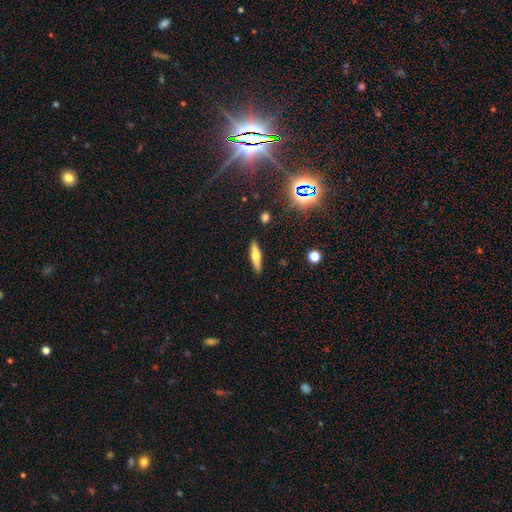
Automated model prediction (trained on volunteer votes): Smooth or featured? Predicted: smooth (p=0.56). How rounded? Predicted: cigar-shaped (p=0.75). Merging? Predicted: none (p=0.89).